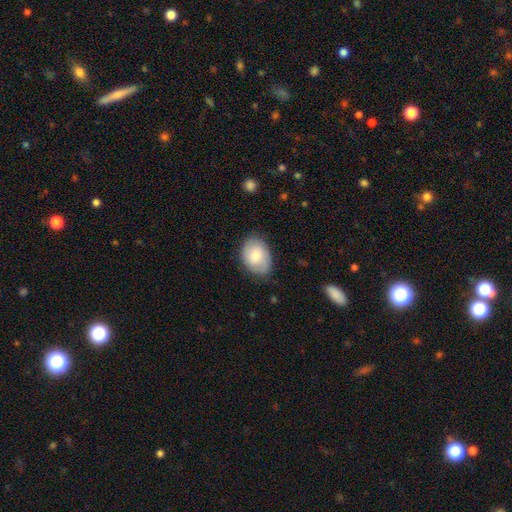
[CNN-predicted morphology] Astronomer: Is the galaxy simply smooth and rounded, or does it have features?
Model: smooth — 70%.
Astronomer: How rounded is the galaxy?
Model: in between — 77%.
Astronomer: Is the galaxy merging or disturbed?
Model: none — 76%.